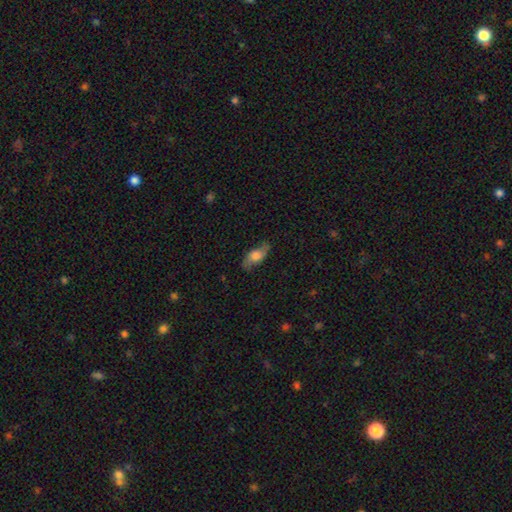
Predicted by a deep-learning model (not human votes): Smooth or featured? smooth (48%)
Merging? none (74%)